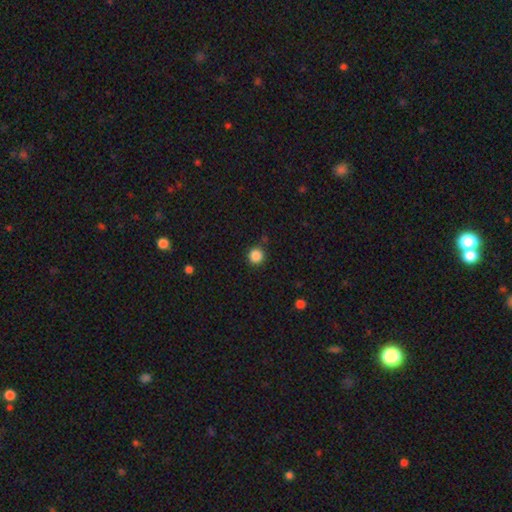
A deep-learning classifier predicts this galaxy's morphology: Smooth or featured? smooth (87%)
How rounded? round (95%)
Merging? none (88%)